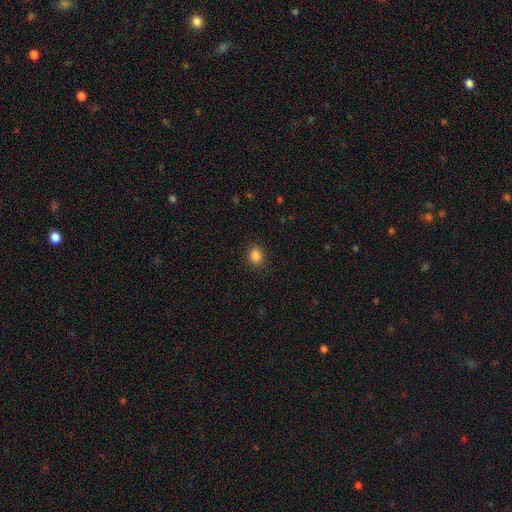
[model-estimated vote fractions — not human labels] Q: Smooth or featured?
A: smooth (85%); runner-up: star or artifact (11%)
Q: How rounded?
A: round (55%); runner-up: in between (44%)
Q: Merging?
A: none (89%); runner-up: minor disturbance (8%)